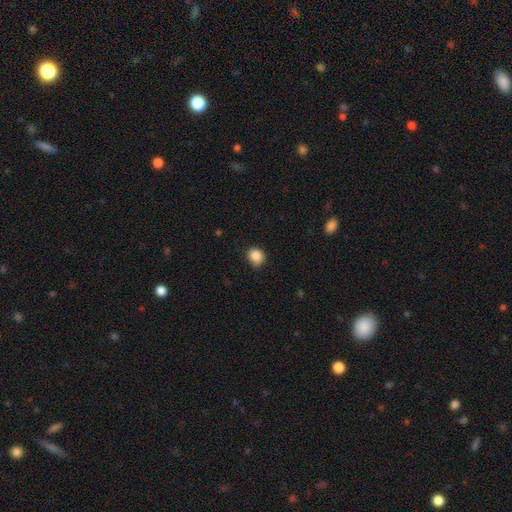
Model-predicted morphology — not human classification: Q: Smooth or featured?
A: smooth (86%); runner-up: star or artifact (10%)
Q: How rounded?
A: round (74%); runner-up: in between (25%)
Q: Merging?
A: none (70%); runner-up: minor disturbance (25%)